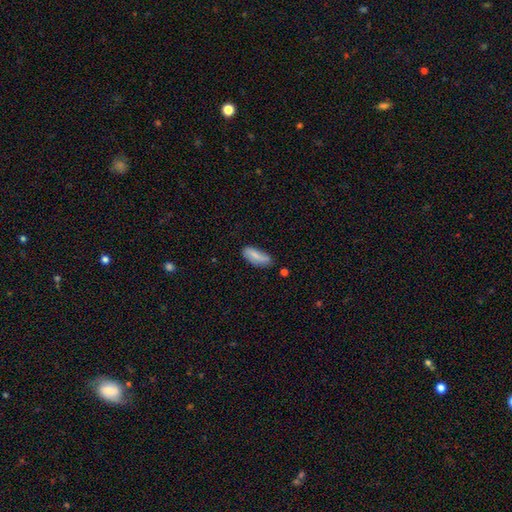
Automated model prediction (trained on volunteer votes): This appears to be a smooth galaxy with no disk features (75%) that is in between round and cigar-shaped (76%). Merging: none (63%).